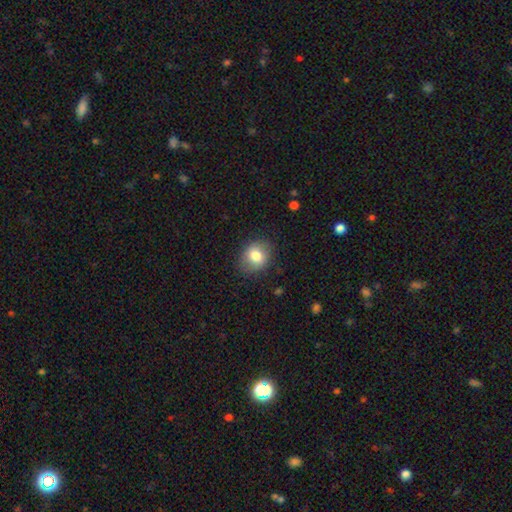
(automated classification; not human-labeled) This appears to be a smooth galaxy with no disk features (78%) that is round (55%). Merging: none (82%).